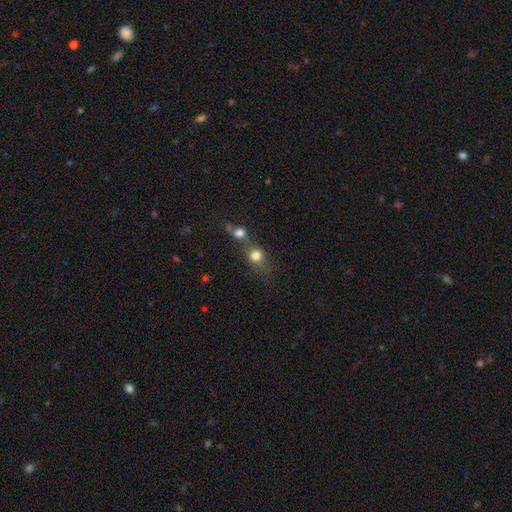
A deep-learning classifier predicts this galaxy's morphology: Smooth or featured? Predicted: smooth (p=0.75). How rounded? Predicted: round (p=0.71). Merging? Predicted: merger (p=0.47).